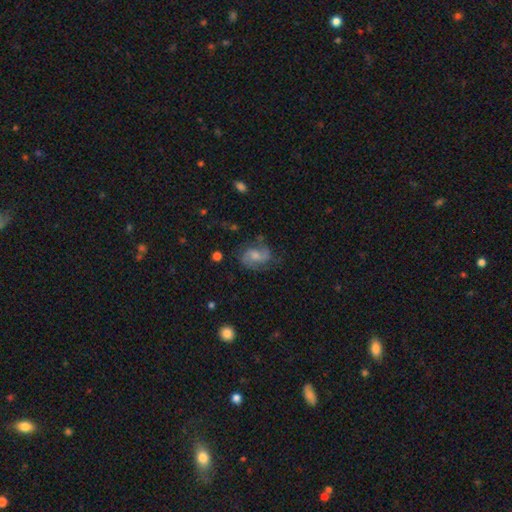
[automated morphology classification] A featured or disk galaxy (71%) with no bar (51%), 2 (84%) medium (49%) spiral arms (93%) and a small central bulge (42%). Merging: none (66%).